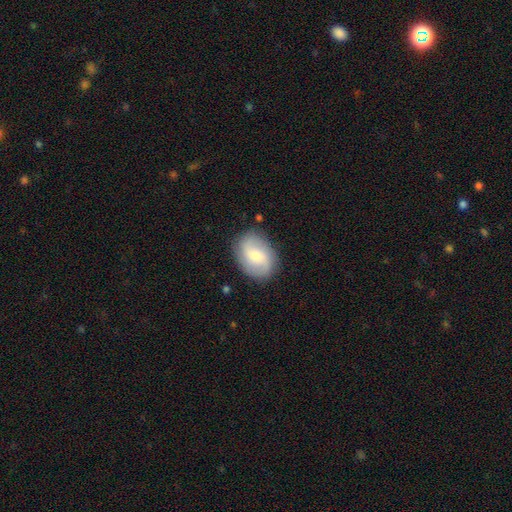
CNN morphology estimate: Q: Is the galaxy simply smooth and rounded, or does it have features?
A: featured or disk — 51%.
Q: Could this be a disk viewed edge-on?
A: no — 96%.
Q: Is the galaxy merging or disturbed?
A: none — 82%.